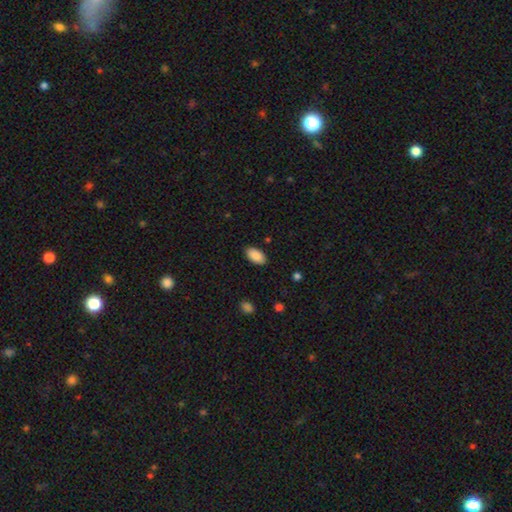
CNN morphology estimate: Q: Smooth or featured?
A: smooth (90%); runner-up: star or artifact (7%)
Q: How rounded?
A: in between (95%); runner-up: round (3%)
Q: Merging?
A: none (88%); runner-up: minor disturbance (9%)